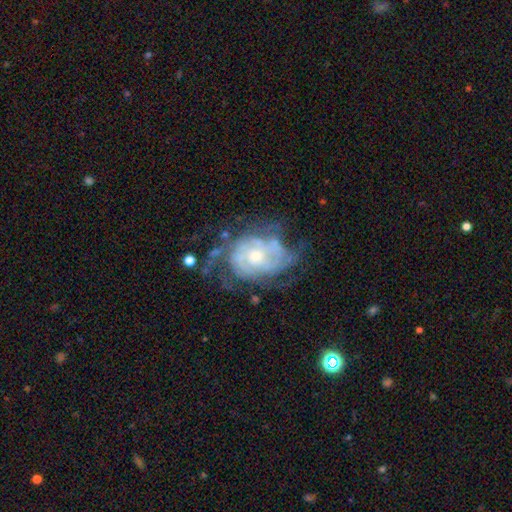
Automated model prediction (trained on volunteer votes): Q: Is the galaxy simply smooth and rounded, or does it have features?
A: featured or disk — 82%.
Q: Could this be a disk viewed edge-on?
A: no — 97%.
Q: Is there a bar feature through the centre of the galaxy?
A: no — 75%.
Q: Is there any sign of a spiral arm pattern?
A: yes — 86%.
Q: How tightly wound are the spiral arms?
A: tight — 61%.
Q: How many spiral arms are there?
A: can't tell — 49%.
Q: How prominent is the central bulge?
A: moderate — 48%.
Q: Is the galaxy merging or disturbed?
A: none — 53%.